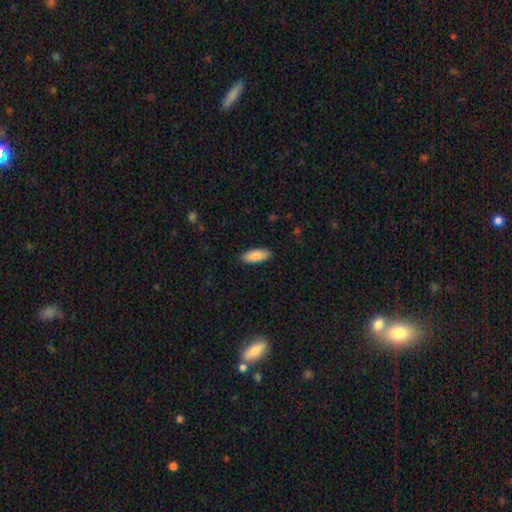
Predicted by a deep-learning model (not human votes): Overall: smooth (89%). How rounded: in between (75%). Merging: none (88%).